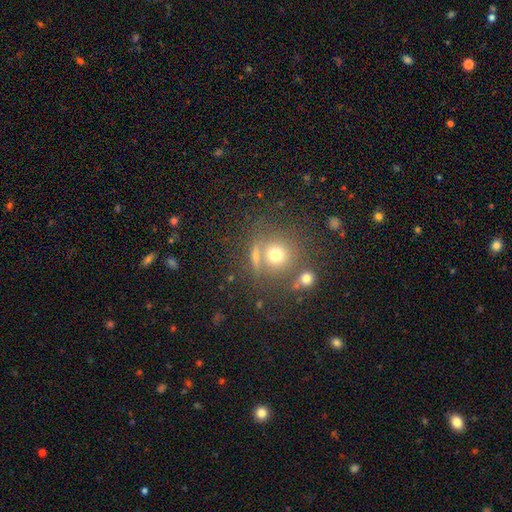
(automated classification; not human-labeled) Smooth or featured? smooth (59%)
How rounded? round (87%)
Merging? none (66%)